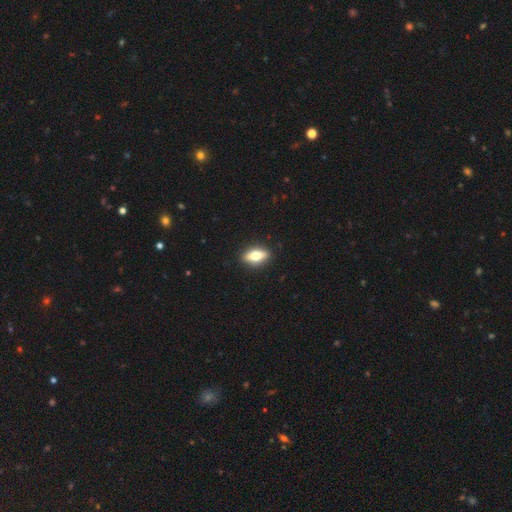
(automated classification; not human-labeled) Smooth or featured? smooth (59%)
How rounded? in between (76%)
Merging? none (89%)